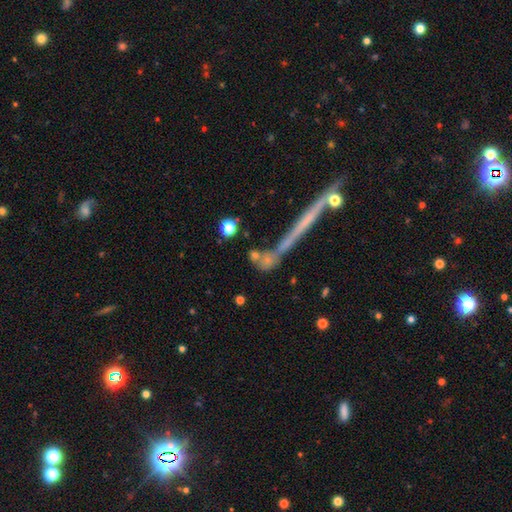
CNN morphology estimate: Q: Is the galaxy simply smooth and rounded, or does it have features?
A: smooth — 61%.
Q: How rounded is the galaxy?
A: round — 58%.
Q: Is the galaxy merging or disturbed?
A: none — 54%.